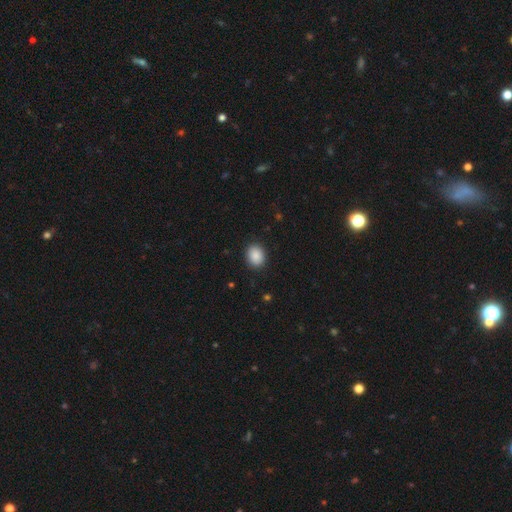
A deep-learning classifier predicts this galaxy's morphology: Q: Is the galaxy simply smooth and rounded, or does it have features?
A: smooth — 89%.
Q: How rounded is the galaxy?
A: in between — 53%.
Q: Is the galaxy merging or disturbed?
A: none — 89%.